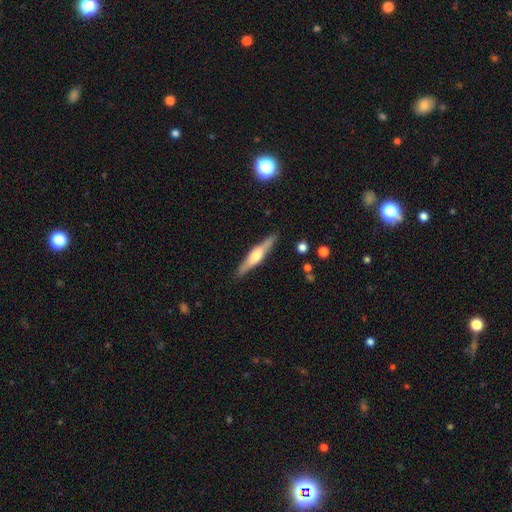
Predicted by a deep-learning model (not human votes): Overall: featured or disk (64%; smooth 31%). Edge-on disk: yes (96%). Edge-on bulge: rounded (86%). Merging: none (89%).